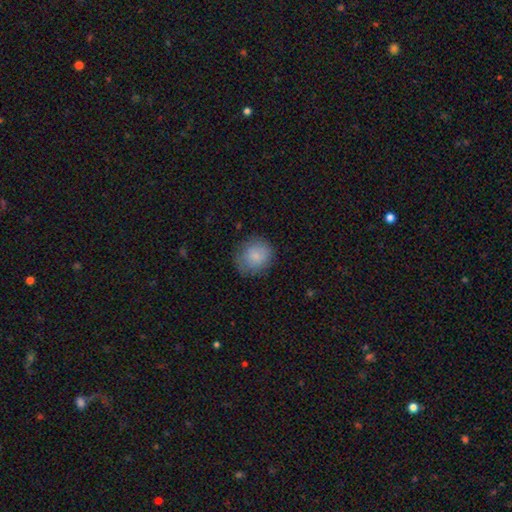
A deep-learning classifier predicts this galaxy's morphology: A smooth galaxy with no disk features (83%) that is round (82%).

Vote fractions:
- Smooth or featured? smooth: 83% / featured or disk: 9% / star or artifact: 7%
- How rounded? round: 82% / in between: 17% / cigar-shaped: 1%
- Merging? none: 77% / minor disturbance: 17% / major disturbance: 5% / merger: 1%